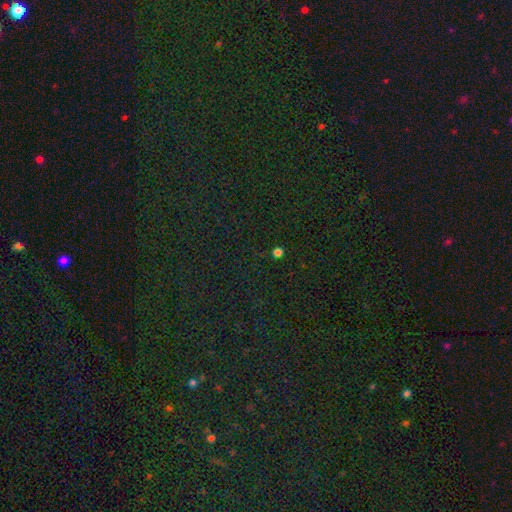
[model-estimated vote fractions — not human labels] Morphology: type=star or artifact (81%).